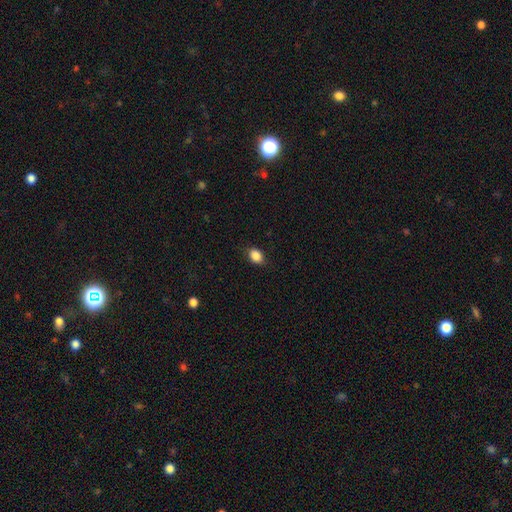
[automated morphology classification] Smooth or featured?
  - smooth: 87% *
  - star or artifact: 9%
  - featured or disk: 4%
How rounded?
  - in between: 73% *
  - round: 26%
  - cigar-shaped: 1%
Merging?
  - none: 82% *
  - minor disturbance: 14%
  - major disturbance: 3%
  - merger: 1%